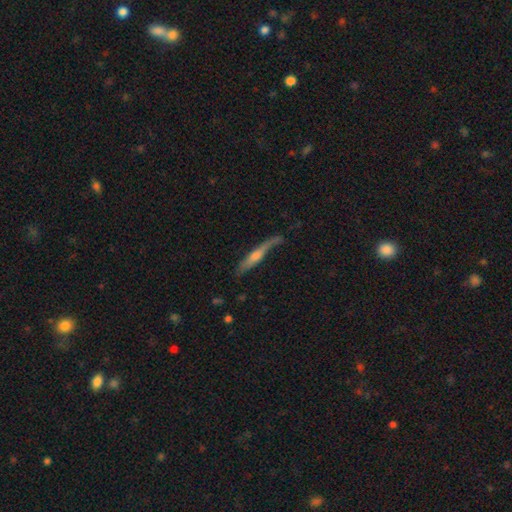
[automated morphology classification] This is possibly a featured or disk galaxy (57%). It is clearly viewed edge-on (90%). Edge-on bulge: likely rounded (71%). Merging: possibly none (58%).